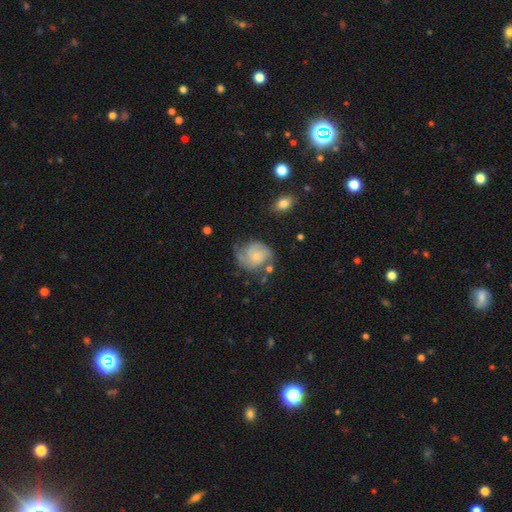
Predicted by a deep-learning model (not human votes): This appears to be a featured or disk galaxy (76%) with no bar (74%), 2 (58%) tight (43%) spiral arms (94%) and a small central bulge (69%). Merging: none (55%).